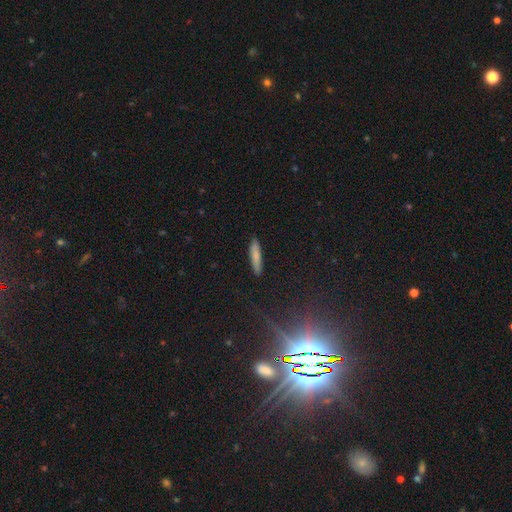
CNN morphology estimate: Smooth or featured? smooth (77%)
How rounded? cigar-shaped (89%)
Merging? none (89%)